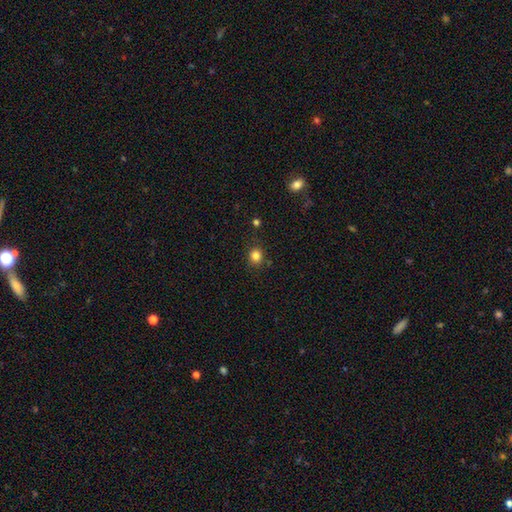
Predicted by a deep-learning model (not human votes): smooth 83%, star or artifact 12%, featured or disk 5%. Down the decision tree: how rounded — round (82%); merging — none (84%).